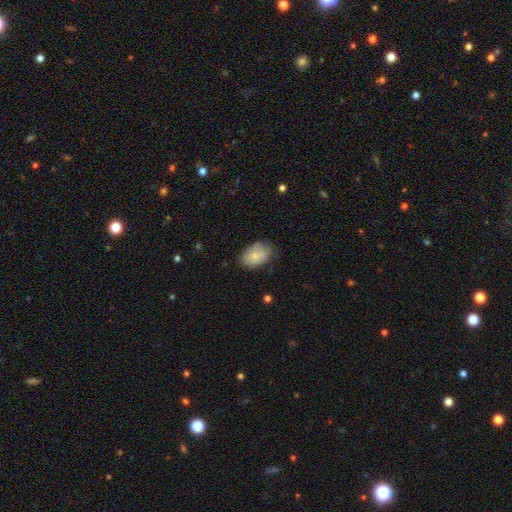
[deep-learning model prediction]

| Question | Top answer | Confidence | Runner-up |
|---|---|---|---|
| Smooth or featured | smooth | 80% | featured or disk (13%) |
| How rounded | in between | 87% | round (12%) |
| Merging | none | 68% | minor disturbance (25%) |